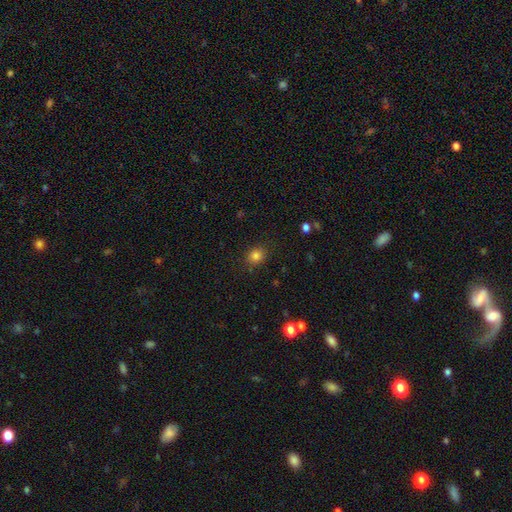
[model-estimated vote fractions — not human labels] Q: Smooth or featured?
A: smooth (82%); runner-up: star or artifact (13%)
Q: How rounded?
A: round (72%); runner-up: in between (27%)
Q: Merging?
A: none (85%); runner-up: minor disturbance (10%)